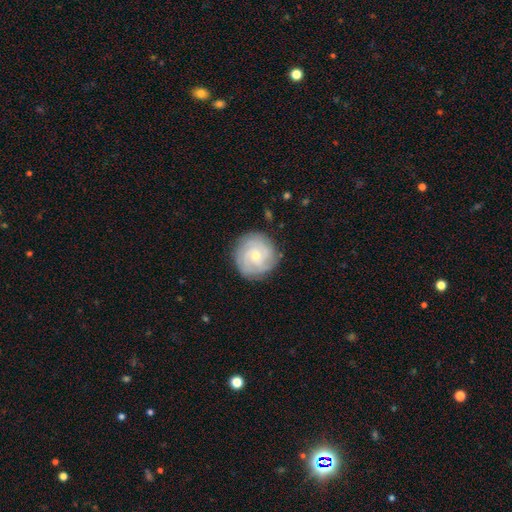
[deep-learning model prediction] A featured or disk galaxy (70%) with no bar (73%), tight (71%) spiral arms (92%) and a small central bulge (54%).

Vote fractions:
- Smooth or featured? featured or disk: 70% / smooth: 24% / star or artifact: 7%
- Edge-on disk? no: 98% / yes: 2%
- Bar? no: 73% / weak: 24% / strong: 3%
- Spiral arms? yes: 92% / no: 8%
- Spiral winding? tight: 71% / medium: 24% / loose: 6%
- Spiral arm count? can't tell: 31% / 3: 28% / 4: 16% / 2: 13% / more than 4: 6% / 1: 6%
- Bulge size? small: 54% / moderate: 43% / large: 1% / none: 1% / dominant: 1%
- Merging? none: 84% / minor disturbance: 11% / major disturbance: 3% / merger: 1%